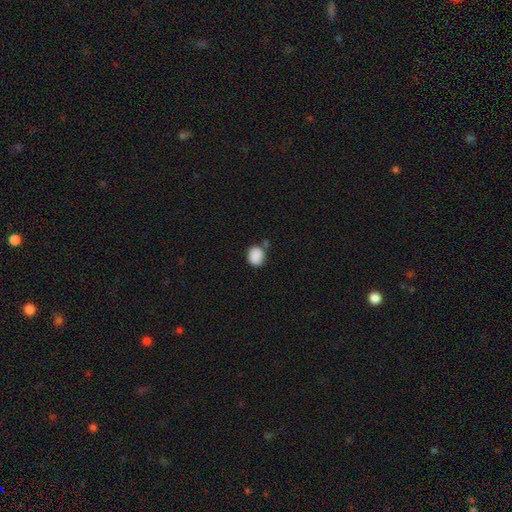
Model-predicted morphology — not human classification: Smooth or featured?
  - smooth: 86% *
  - star or artifact: 8%
  - featured or disk: 6%
How rounded?
  - round: 67% *
  - in between: 32%
  - cigar-shaped: 1%
Merging?
  - none: 61% *
  - minor disturbance: 20%
  - merger: 13%
  - major disturbance: 5%